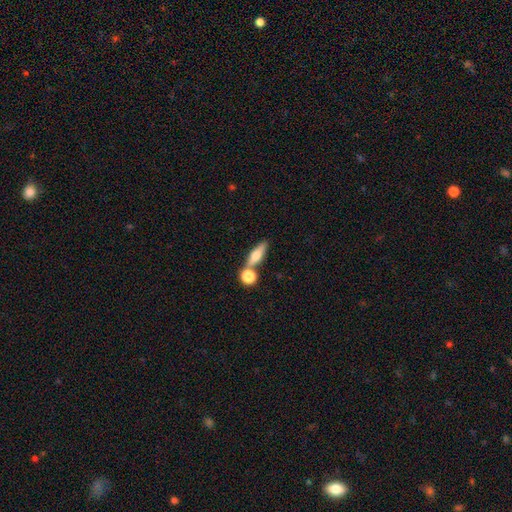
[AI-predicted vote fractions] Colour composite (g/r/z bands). It shows a smooth galaxy with no disk features (61%) that is in between round and cigar-shaped (46%). Merging: none (57%).